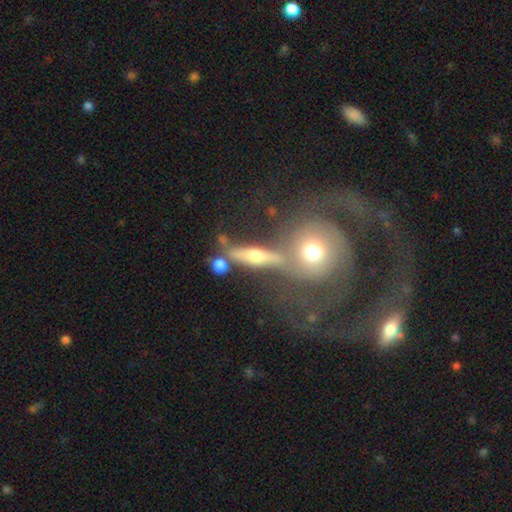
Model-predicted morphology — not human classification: Smooth or featured: featured or disk — 70% (smooth — 22%)
Edge-on disk: no — 61% (yes — 39%)
Merging: merger — 46% (none — 28%)